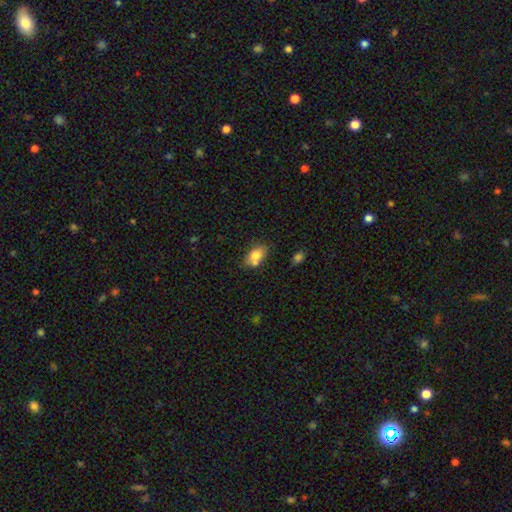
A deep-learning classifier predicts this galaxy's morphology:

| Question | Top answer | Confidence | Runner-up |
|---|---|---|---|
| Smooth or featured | smooth | 75% | featured or disk (16%) |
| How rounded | in between | 78% | round (19%) |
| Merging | none | 46% | merger (33%) |